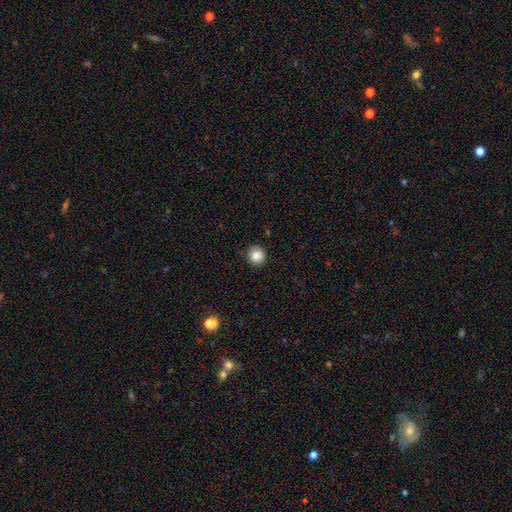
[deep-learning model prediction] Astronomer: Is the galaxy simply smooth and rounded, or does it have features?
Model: smooth — 85%.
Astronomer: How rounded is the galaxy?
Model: round — 93%.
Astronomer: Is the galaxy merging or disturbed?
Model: none — 88%.